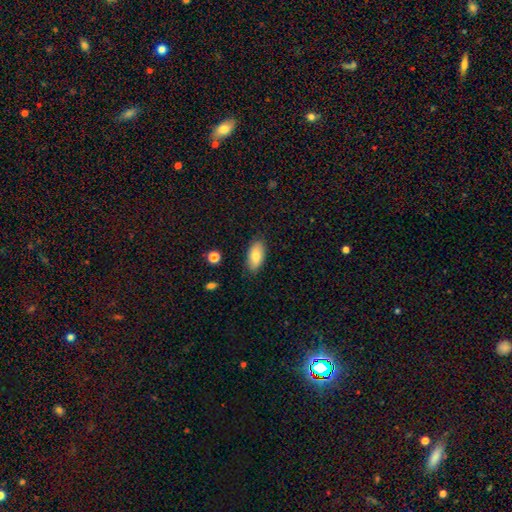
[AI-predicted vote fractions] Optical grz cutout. It shows a smooth galaxy with no disk features (80%) that is in between round and cigar-shaped (90%). Merging: none (85%).